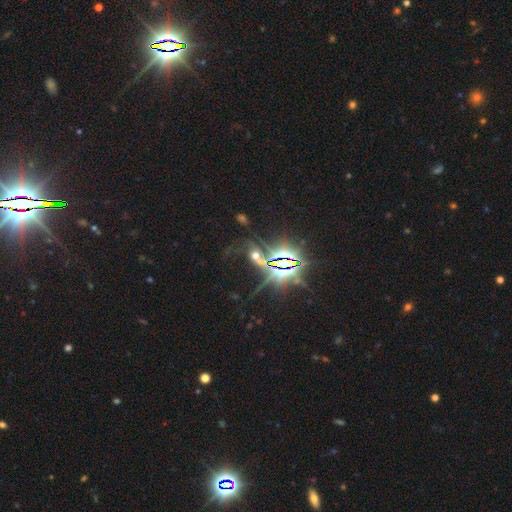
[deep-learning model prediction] smooth-or-featured: star or artifact: 59% | featured or disk: 25% | smooth: 16%